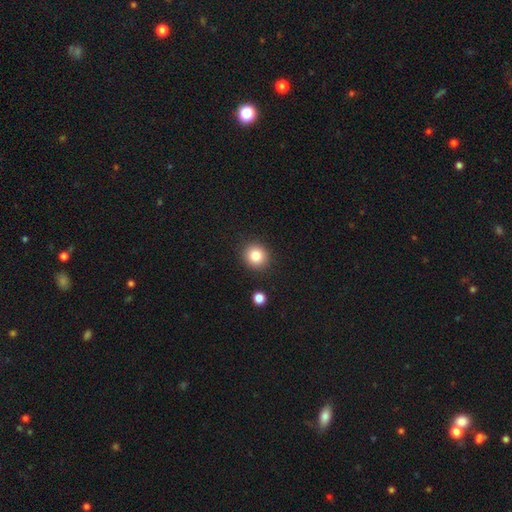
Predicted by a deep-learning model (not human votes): Q: Smooth or featured?
A: smooth (83%); runner-up: star or artifact (11%)
Q: How rounded?
A: round (88%); runner-up: in between (11%)
Q: Merging?
A: none (89%); runner-up: minor disturbance (6%)